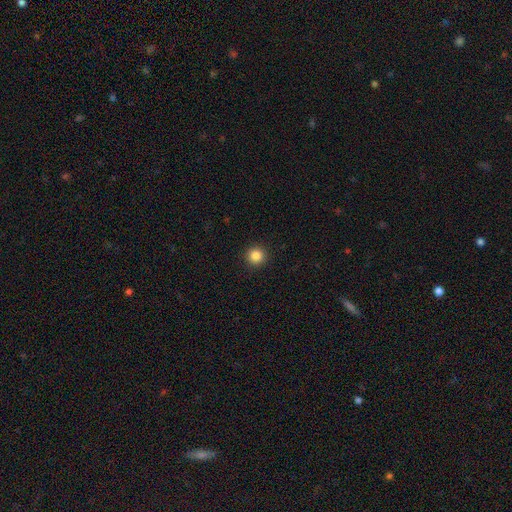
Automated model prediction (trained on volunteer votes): The model was most divided on "smooth or featured": smooth: 86%, star or artifact: 11%, featured or disk: 3%. More confident: how rounded — round (95%); merging — none (93%).